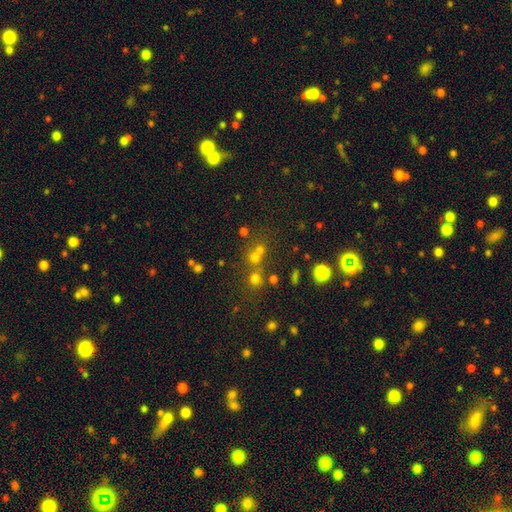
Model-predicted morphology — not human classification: smooth-or-featured: smooth: 60% | star or artifact: 27% | featured or disk: 12%
  how-rounded: round: 86% | in between: 13% | cigar-shaped: 1%
  merging: none: 52% | merger: 37% | minor disturbance: 7% | major disturbance: 4%